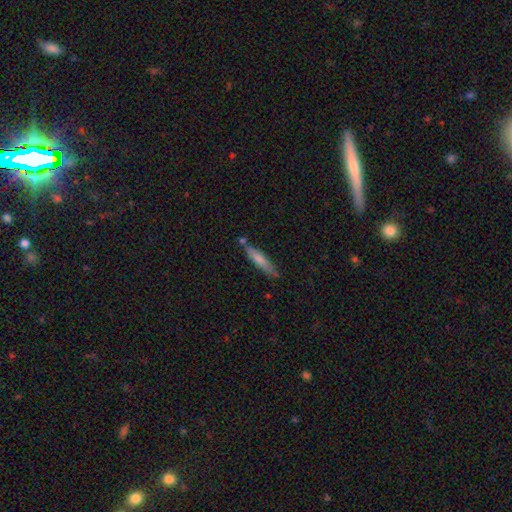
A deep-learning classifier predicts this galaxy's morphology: Smooth or featured: smooth — 58% (featured or disk — 34%)
How rounded: cigar-shaped — 90% (in between — 9%)
Merging: none — 78% (minor disturbance — 14%)